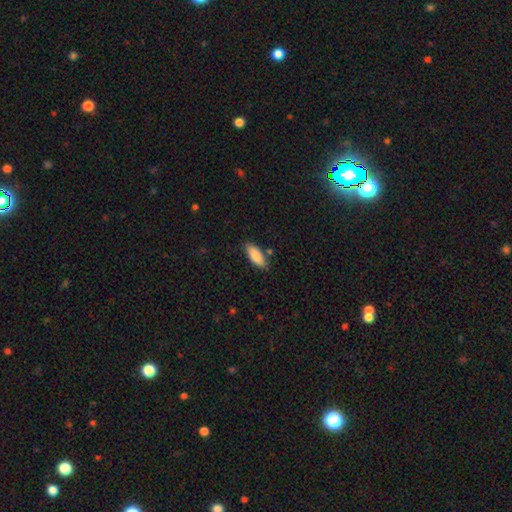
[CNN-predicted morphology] Q: Smooth or featured?
A: smooth (86%); runner-up: featured or disk (8%)
Q: How rounded?
A: in between (78%); runner-up: cigar-shaped (20%)
Q: Merging?
A: none (80%); runner-up: minor disturbance (14%)